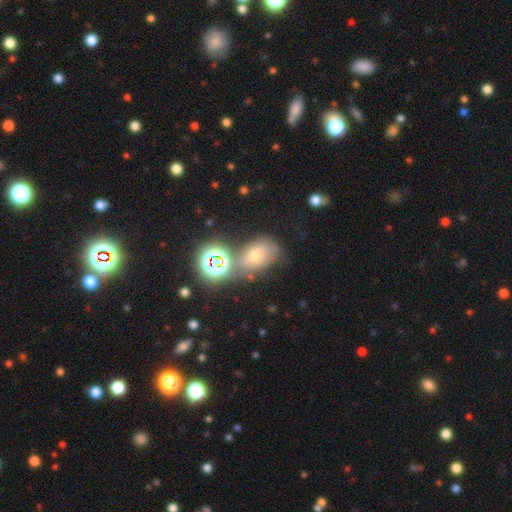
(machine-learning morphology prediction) Smooth or featured?
  - smooth: 48% *
  - star or artifact: 30%
  - featured or disk: 22%
Merging?
  - none: 52% *
  - minor disturbance: 20%
  - merger: 17%
  - major disturbance: 10%